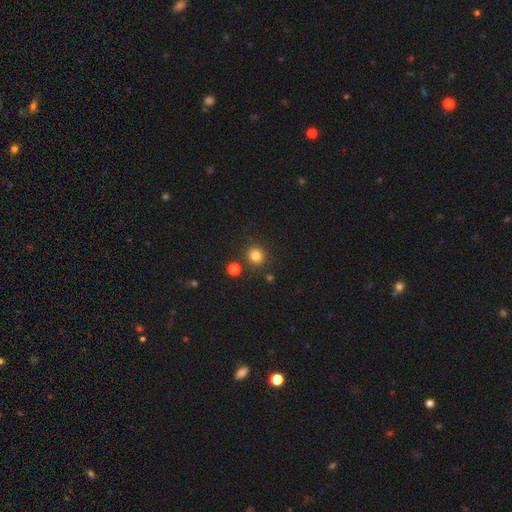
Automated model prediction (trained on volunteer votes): This is clearly a smooth galaxy (81%). How rounded: clearly round (90%). Merging: clearly none (85%).